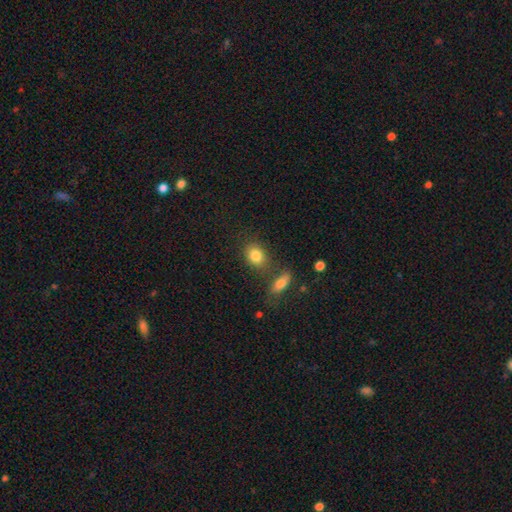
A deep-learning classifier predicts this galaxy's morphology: Smooth or featured?
  - smooth: 82% *
  - star or artifact: 9%
  - featured or disk: 9%
How rounded?
  - in between: 62% *
  - round: 36%
  - cigar-shaped: 2%
Merging?
  - none: 67% *
  - merger: 15%
  - minor disturbance: 13%
  - major disturbance: 5%